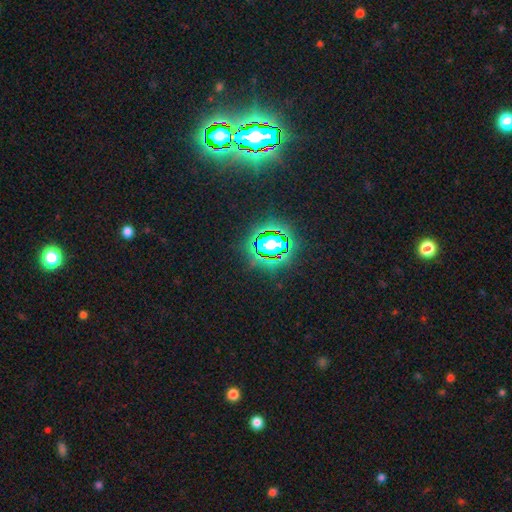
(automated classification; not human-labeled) Smooth or featured?
  - star or artifact: 83% *
  - smooth: 10%
  - featured or disk: 7%